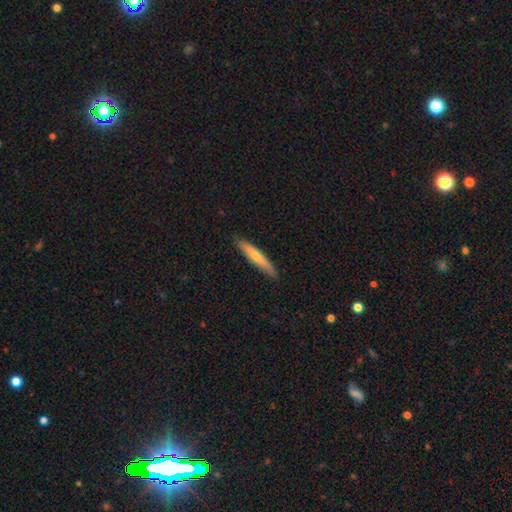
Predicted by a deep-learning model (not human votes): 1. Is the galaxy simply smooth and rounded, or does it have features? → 62% smooth, 33% featured or disk, 5% star or artifact.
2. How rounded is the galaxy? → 91% cigar-shaped, 8% in between, 1% round.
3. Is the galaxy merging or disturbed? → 88% none, 9% minor disturbance, 2% major disturbance, 1% merger.